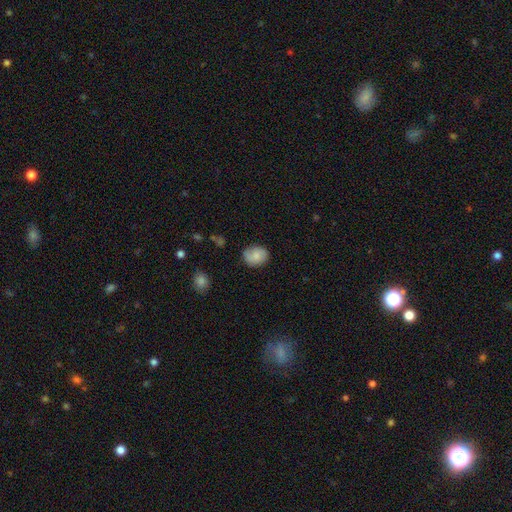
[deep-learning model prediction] smooth-or-featured: smooth: 77% | featured or disk: 15% | star or artifact: 8%
  how-rounded: round: 51% | in between: 48% | cigar-shaped: 1%
  merging: none: 76% | minor disturbance: 18% | major disturbance: 4% | merger: 2%